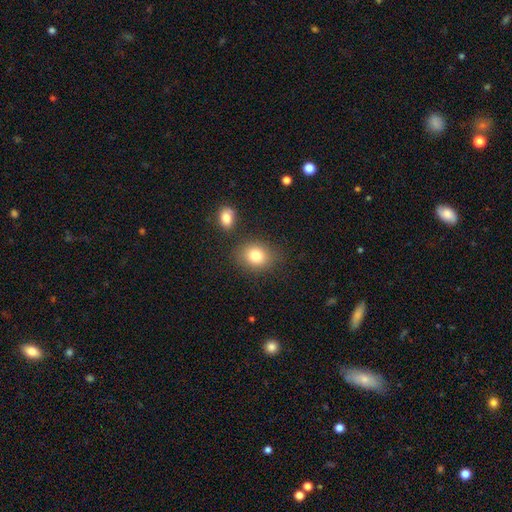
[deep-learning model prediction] A smooth galaxy with no disk features (81%) that is round (58%).

Vote fractions:
- Smooth or featured? smooth: 81% / star or artifact: 10% / featured or disk: 9%
- How rounded? round: 58% / in between: 41% / cigar-shaped: 1%
- Merging? none: 77% / minor disturbance: 12% / merger: 8% / major disturbance: 4%